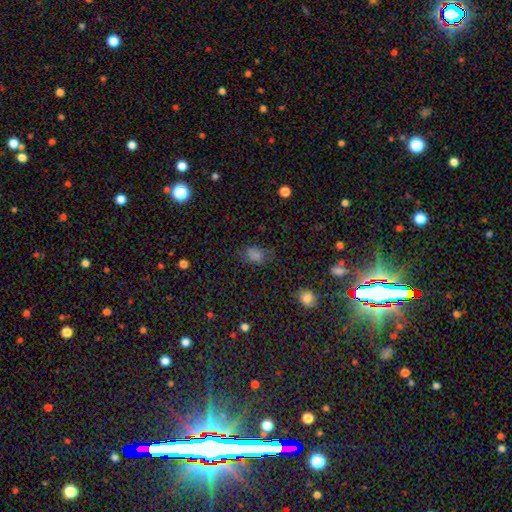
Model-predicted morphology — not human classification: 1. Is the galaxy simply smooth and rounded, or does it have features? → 67% smooth, 25% star or artifact, 8% featured or disk.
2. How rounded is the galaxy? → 76% in between, 22% round, 2% cigar-shaped.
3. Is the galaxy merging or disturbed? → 69% none, 20% minor disturbance, 9% major disturbance, 3% merger.